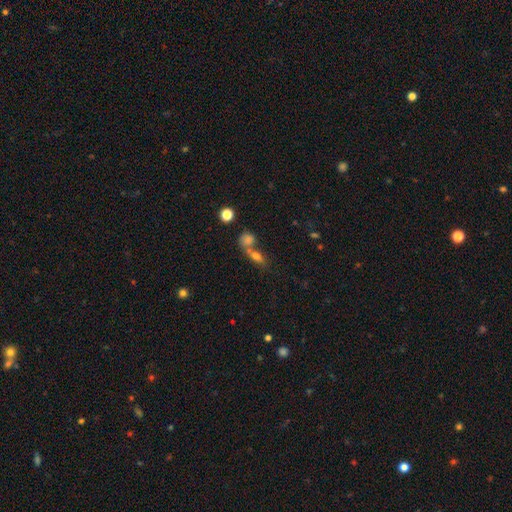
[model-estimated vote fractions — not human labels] Smooth or featured: smooth — 49% (star or artifact — 27%)
Merging: merger — 45% (none — 37%)